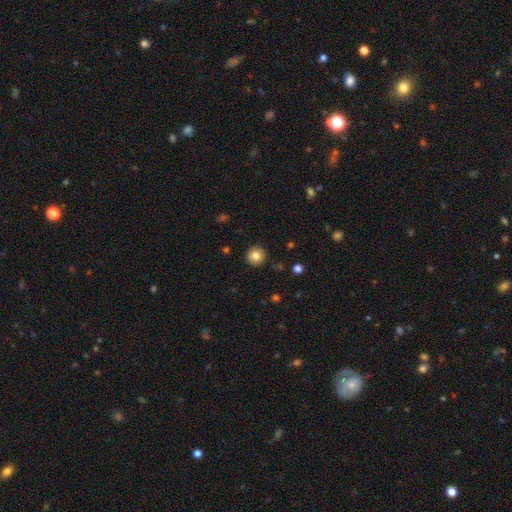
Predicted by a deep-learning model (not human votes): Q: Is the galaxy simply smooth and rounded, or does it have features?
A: smooth — 82%.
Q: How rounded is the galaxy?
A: round — 95%.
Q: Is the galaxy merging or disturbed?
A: none — 92%.